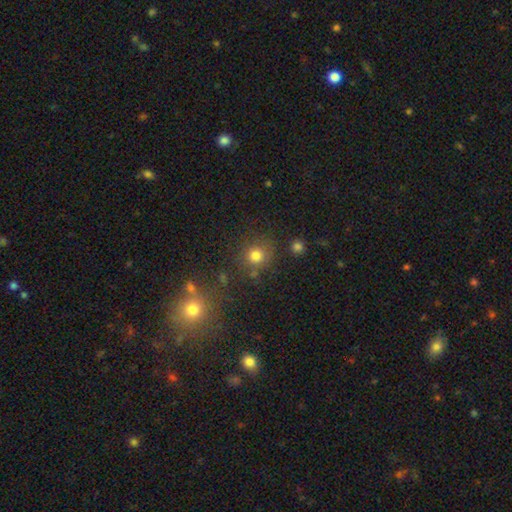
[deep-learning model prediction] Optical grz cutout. It shows a smooth galaxy with no disk features (77%) that is round (90%). Merging: none (77%).